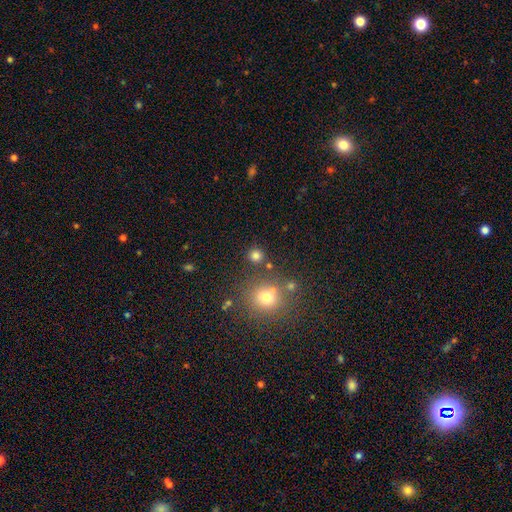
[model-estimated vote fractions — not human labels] The model was most divided on "smooth or featured": smooth: 77%, star or artifact: 17%, featured or disk: 6%. More confident: how rounded — round (93%); merging — none (84%).